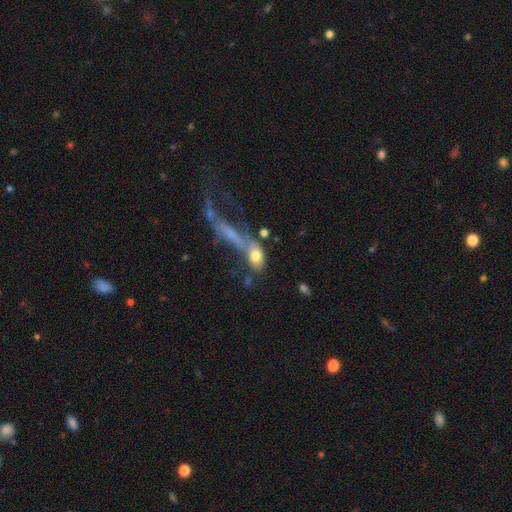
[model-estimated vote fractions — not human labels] smooth_or_featured: smooth (p=0.68) [alt: featured or disk p=0.22]
how_rounded: in between (p=0.73) [alt: cigar-shaped p=0.16]
merging: merger (p=0.36) [alt: none p=0.29]